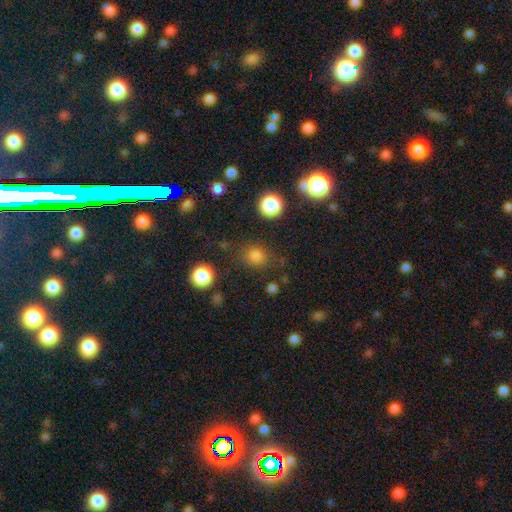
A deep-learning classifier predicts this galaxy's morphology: smooth 77%, star or artifact 18%, featured or disk 5%. Down the decision tree: how rounded — round (80%); merging — none (80%).